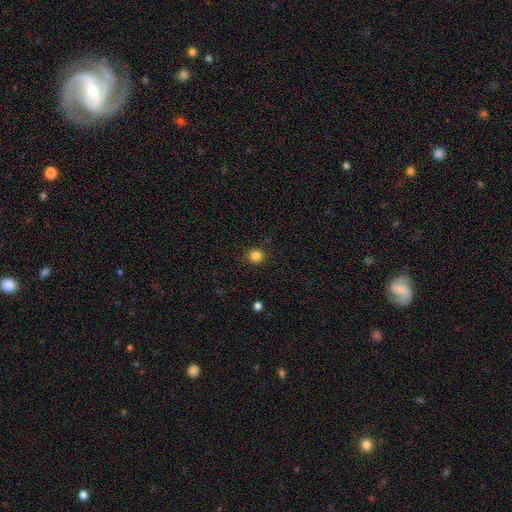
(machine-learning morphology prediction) smooth_or_featured: smooth (p=0.84) [alt: star or artifact p=0.12]
how_rounded: round (p=0.88) [alt: in between p=0.11]
merging: none (p=0.90) [alt: minor disturbance p=0.07]